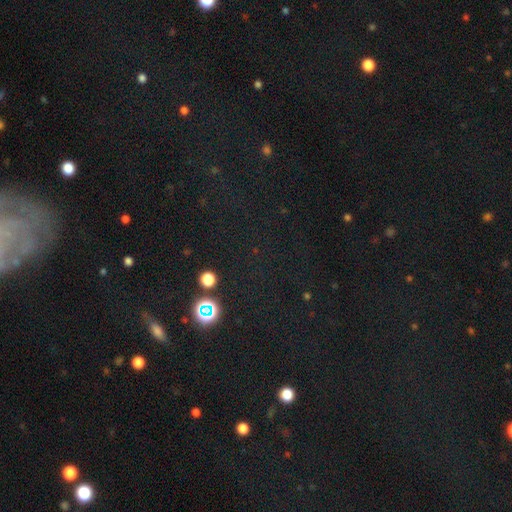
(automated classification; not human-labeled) Smooth or featured? star or artifact (63%)